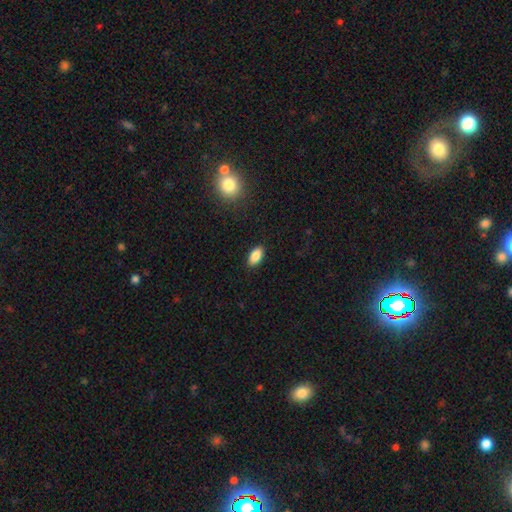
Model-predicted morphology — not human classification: Overall: smooth (87%). How rounded: in between (92%). Merging: none (89%).